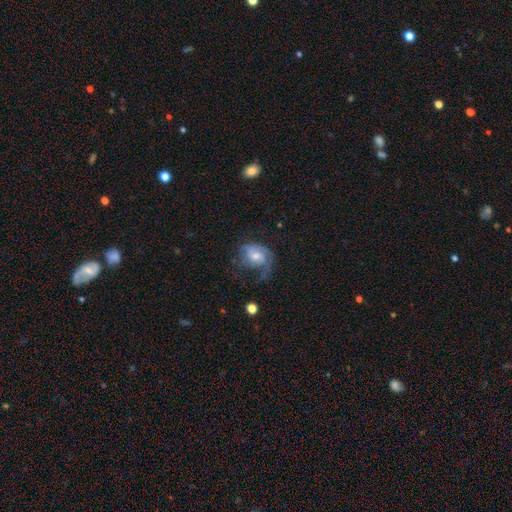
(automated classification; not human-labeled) This appears to be a featured or disk galaxy (67%) with no bar (63%), 2 (35%) medium (40%) spiral arms (85%) and a moderate central bulge (53%). Merging: none (37%).